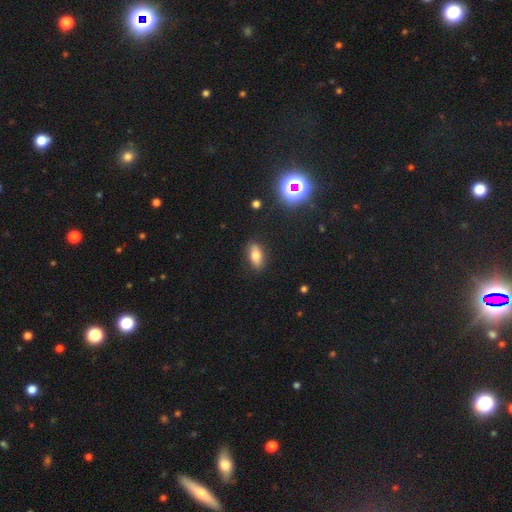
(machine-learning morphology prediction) The model was most divided on "smooth or featured": smooth: 74%, featured or disk: 16%, star or artifact: 11%. More confident: how rounded — in between (87%); merging — none (86%).